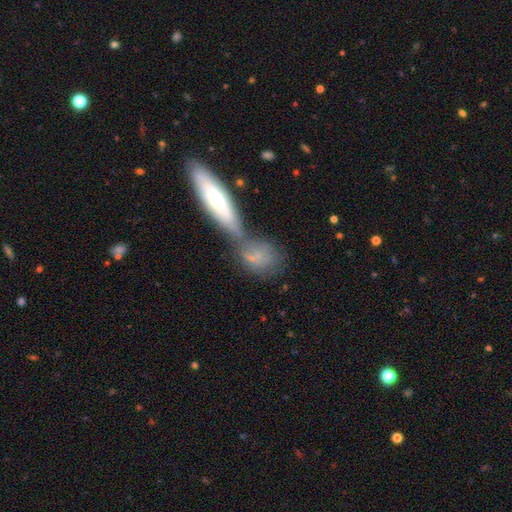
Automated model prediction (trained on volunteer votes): Smooth or featured? smooth (62%)
How rounded? in between (43%)
Merging? merger (45%)